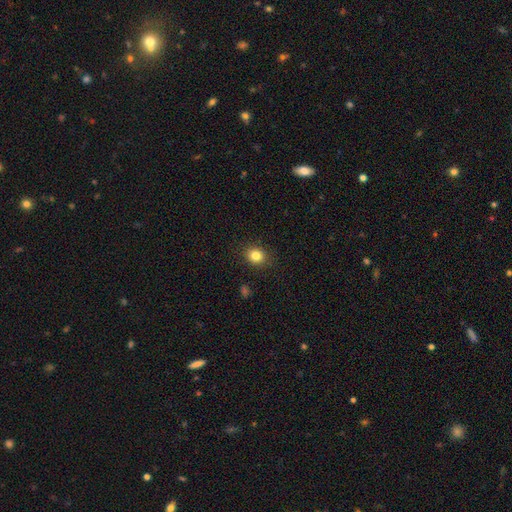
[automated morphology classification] type=smooth (83%); roundness=round (75%); merging=none (89%).